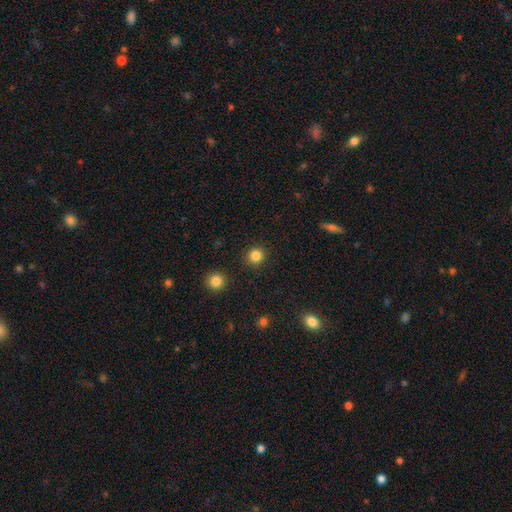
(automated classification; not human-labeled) A smooth galaxy with no disk features (84%) that is round (93%). Merging: none (91%).